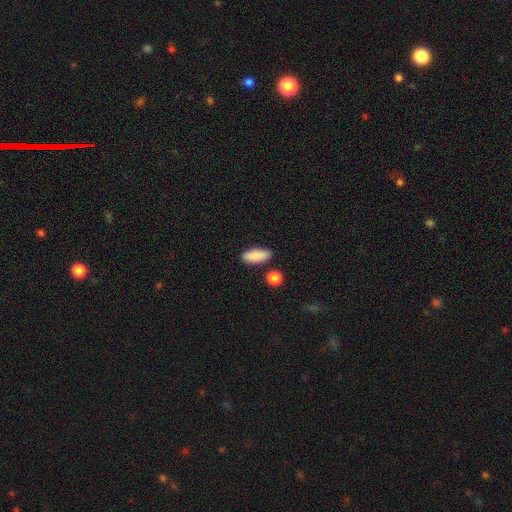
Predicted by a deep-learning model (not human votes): Morphology: type=smooth (89%); roundness=in between (79%); merging=none (81%).